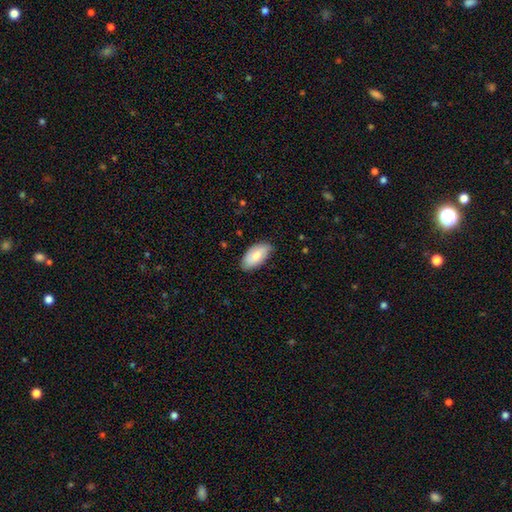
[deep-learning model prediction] Morphology: type=smooth (74%); roundness=in between (95%); merging=none (76%).